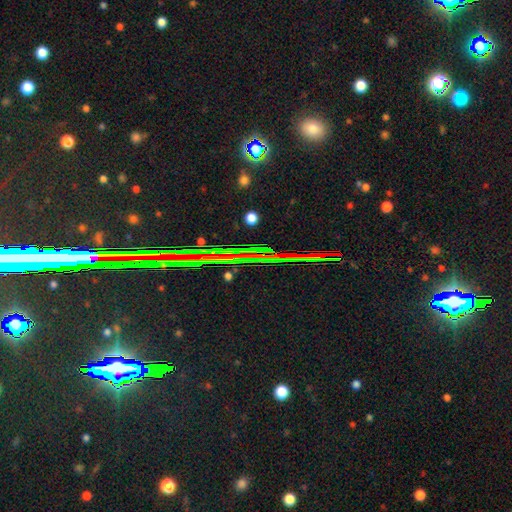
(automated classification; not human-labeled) smooth_or_featured: star or artifact (p=0.81) [alt: featured or disk p=0.09]